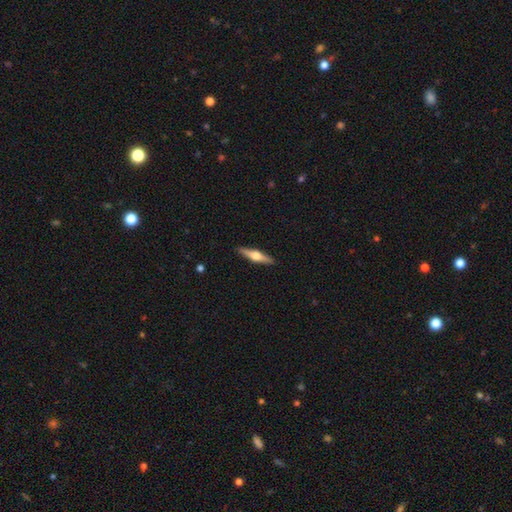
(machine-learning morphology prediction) smooth_or_featured: featured or disk (p=0.67) [alt: smooth p=0.28]
disk_edge_on: yes (p=0.97) [alt: no p=0.03]
edge_on_bulge: rounded (p=0.95) [alt: boxy p=0.03]
merging: none (p=0.91) [alt: minor disturbance p=0.06]